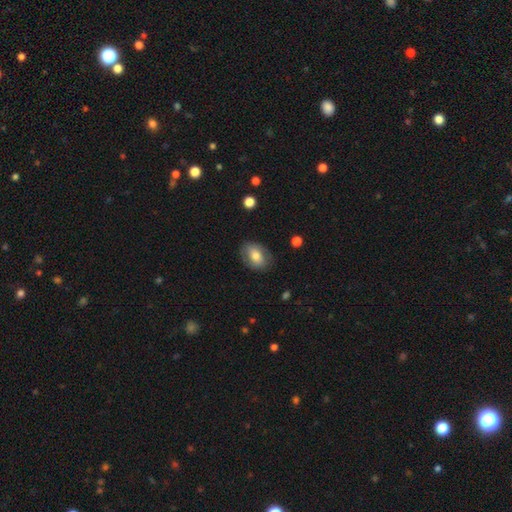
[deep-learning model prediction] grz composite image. It shows a smooth galaxy with no disk features (65%) that is in between round and cigar-shaped (76%). Merging: none (78%).